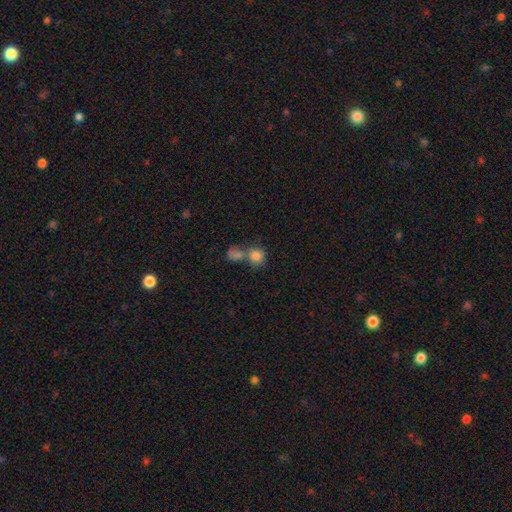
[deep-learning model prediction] A smooth galaxy with no disk features (82%) that is round (79%). Merging: merger (52%).